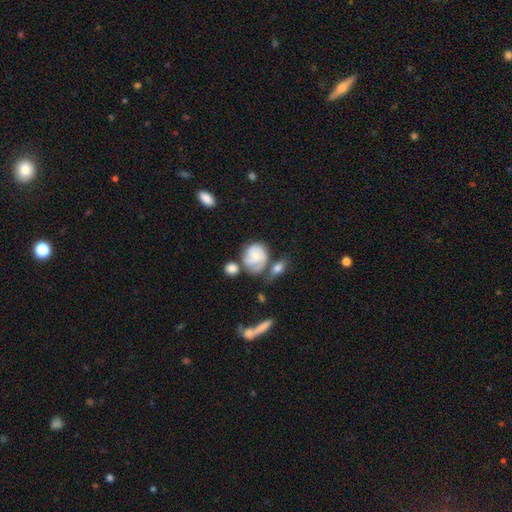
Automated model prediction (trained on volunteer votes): Smooth or featured: featured or disk — 60% (smooth — 33%)
Edge-on disk: no — 97% (yes — 3%)
Bar: no — 66% (weak — 29%)
Spiral arms: yes — 86% (no — 14%)
Spiral winding: tight — 55% (medium — 33%)
Spiral arm count: 2 — 49% (can't tell — 24%)
Bulge size: small — 50% (moderate — 38%)
Merging: none — 42% (minor disturbance — 23%)